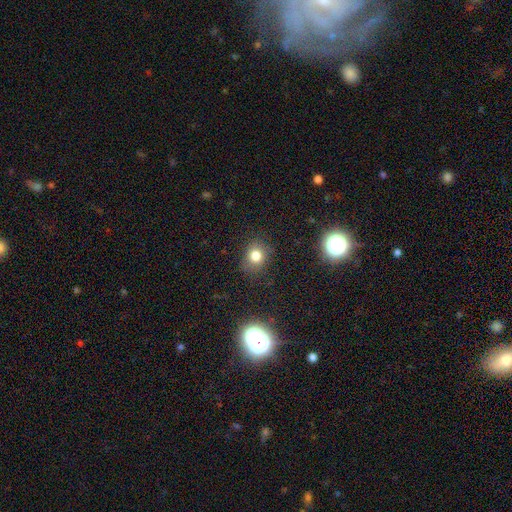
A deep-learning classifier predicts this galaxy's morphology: smooth-or-featured: smooth: 77% | star or artifact: 15% | featured or disk: 8%
  how-rounded: round: 67% | in between: 32% | cigar-shaped: 1%
  merging: none: 81% | minor disturbance: 14% | major disturbance: 4% | merger: 1%